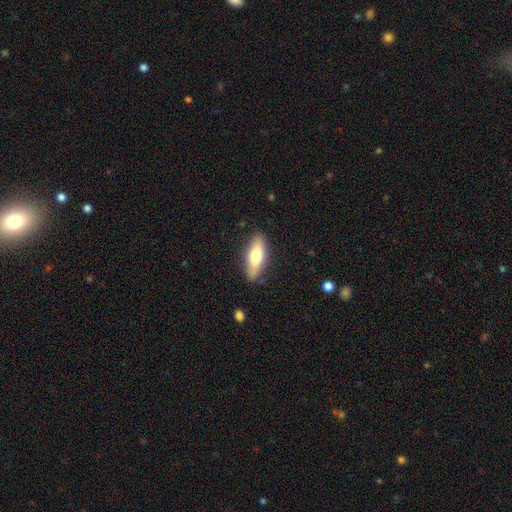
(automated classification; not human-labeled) A smooth galaxy with no disk features (63%) that is in between round and cigar-shaped (61%). Merging: none (84%).